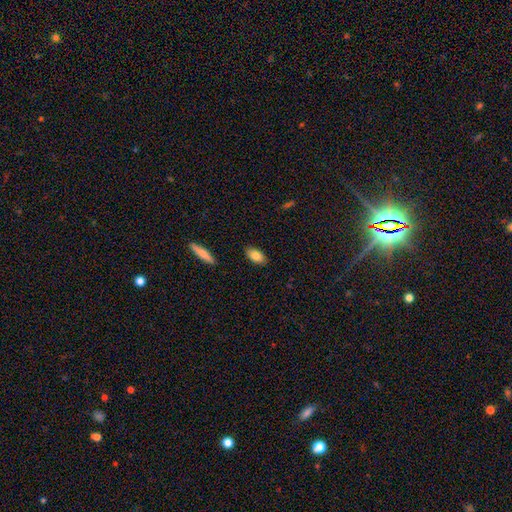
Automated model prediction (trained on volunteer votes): smooth_or_featured: smooth (p=0.83) [alt: featured or disk p=0.10]
how_rounded: in between (p=0.91) [alt: cigar-shaped p=0.05]
merging: none (p=0.88) [alt: minor disturbance p=0.09]